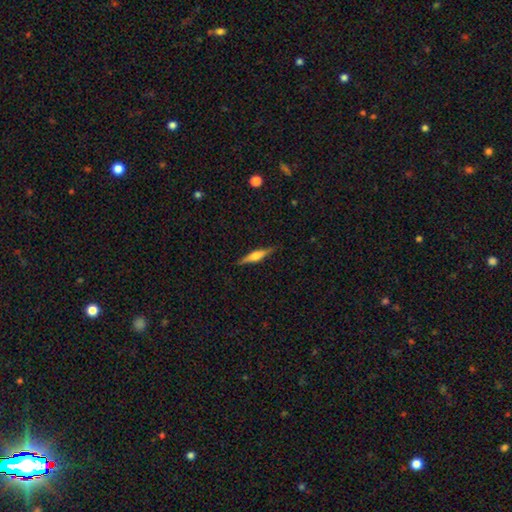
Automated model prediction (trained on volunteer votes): Smooth or featured: featured or disk — 57% (smooth — 37%)
Edge-on disk: yes — 97% (no — 3%)
Edge-on bulge: rounded — 81% (boxy — 13%)
Merging: none — 89% (minor disturbance — 8%)